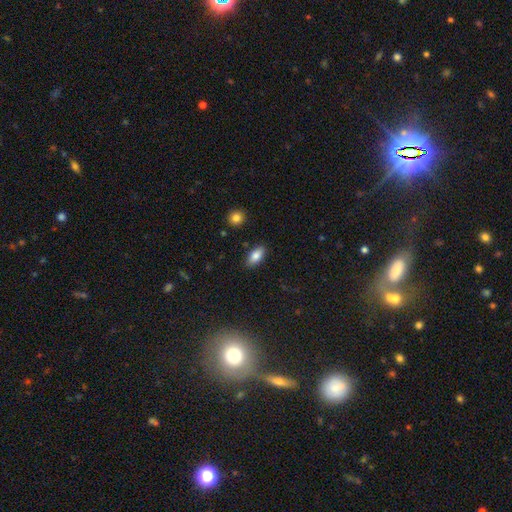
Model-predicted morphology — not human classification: smooth_or_featured: smooth (p=0.83) [alt: featured or disk p=0.09]
how_rounded: in between (p=0.90) [alt: cigar-shaped p=0.07]
merging: none (p=0.87) [alt: minor disturbance p=0.09]